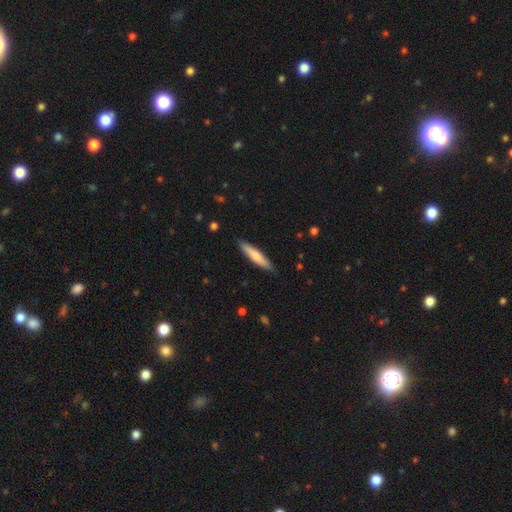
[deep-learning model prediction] Overall: smooth (68%). How rounded: cigar-shaped (86%). Merging: none (88%).